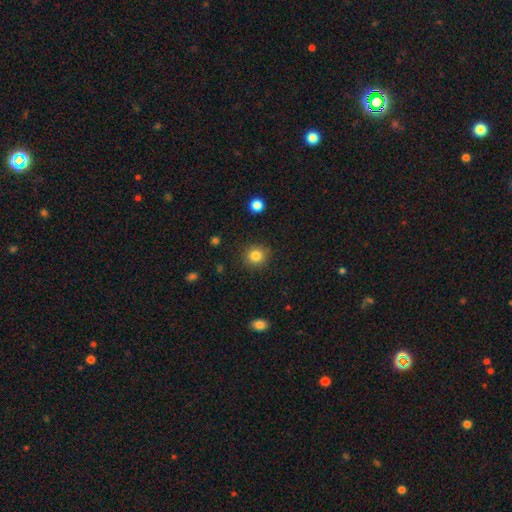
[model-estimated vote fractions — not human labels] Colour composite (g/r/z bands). It shows a smooth galaxy with no disk features (83%) that is round (89%). Merging: none (88%).